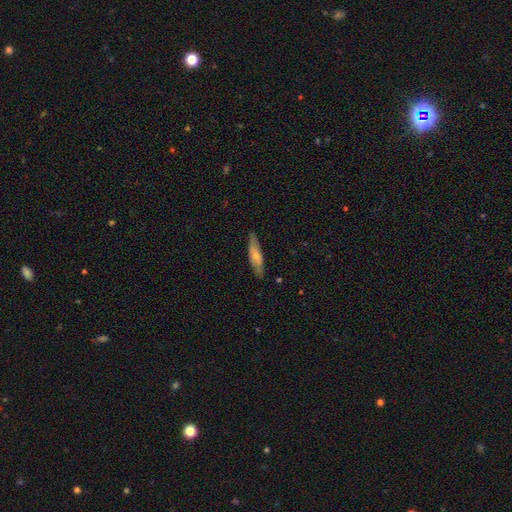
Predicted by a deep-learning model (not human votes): smooth-or-featured: smooth: 59% | featured or disk: 35% | star or artifact: 6%
  how-rounded: cigar-shaped: 65% | in between: 33% | round: 2%
  merging: none: 81% | minor disturbance: 15% | major disturbance: 3% | merger: 1%